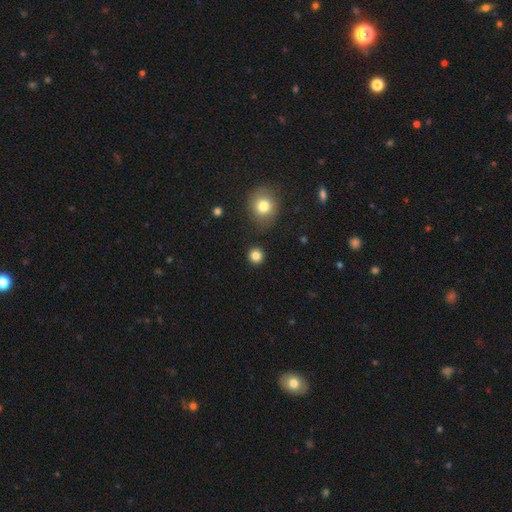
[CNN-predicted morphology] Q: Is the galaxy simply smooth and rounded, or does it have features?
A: smooth — 84%.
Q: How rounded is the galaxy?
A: round — 93%.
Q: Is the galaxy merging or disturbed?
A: none — 91%.